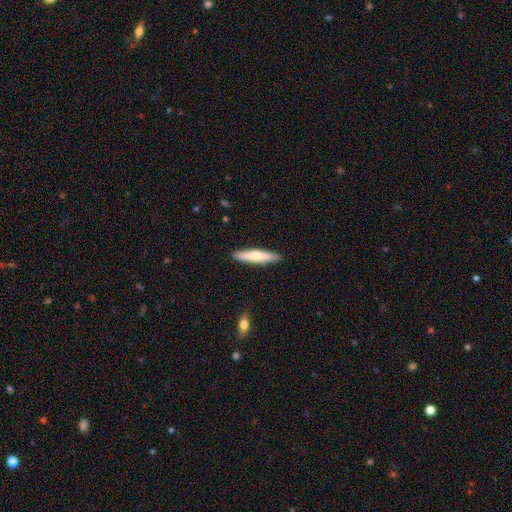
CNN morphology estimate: smooth 63%, featured or disk 32%, star or artifact 5%. Down the decision tree: how rounded — cigar-shaped (84%); merging — none (90%).